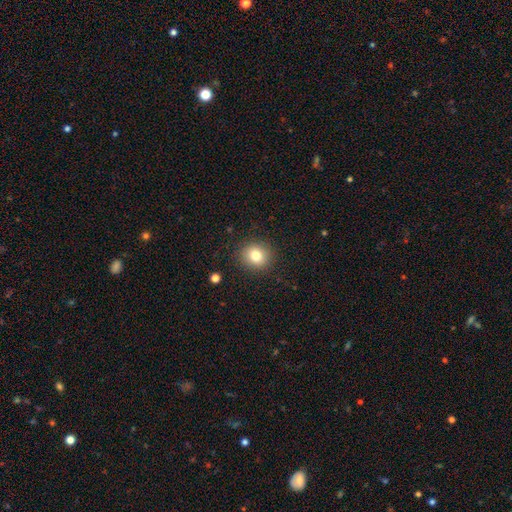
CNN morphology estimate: A smooth galaxy with no disk features (81%) that is round (81%). Merging: none (89%).